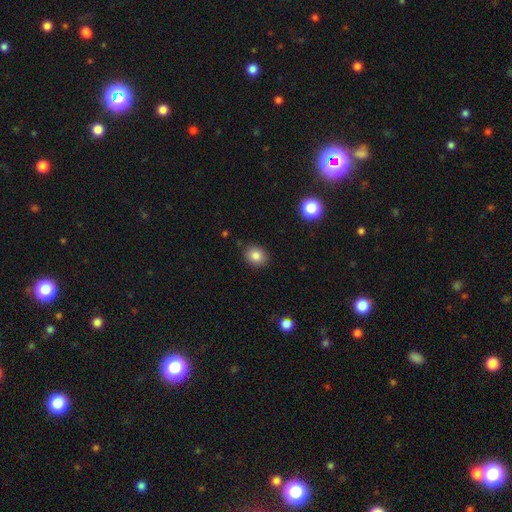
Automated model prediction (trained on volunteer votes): Smooth or featured? smooth (83%)
How rounded? round (69%)
Merging? none (87%)